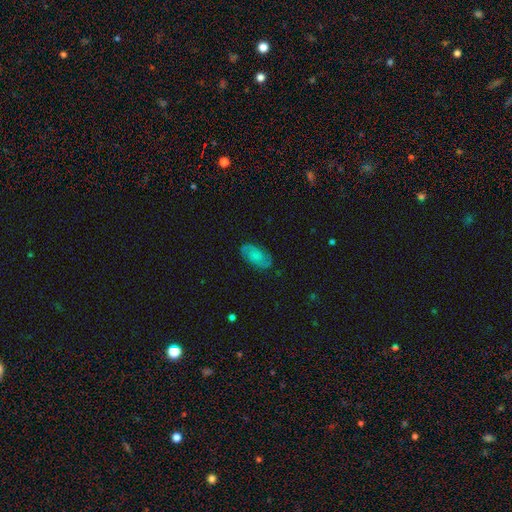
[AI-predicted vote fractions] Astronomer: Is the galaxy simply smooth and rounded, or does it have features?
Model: smooth — 47% (runner-up: featured or disk, 44%).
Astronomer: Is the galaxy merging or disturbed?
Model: none — 81%.